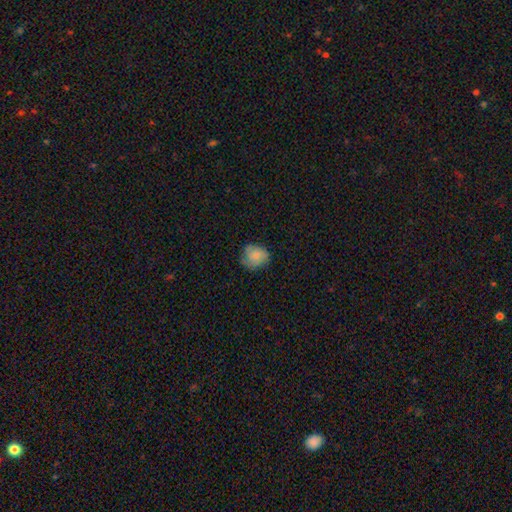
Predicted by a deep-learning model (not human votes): The model was most divided on "merging": none: 68%, minor disturbance: 25%, major disturbance: 6%, merger: 1%. More confident: how rounded — round (75%); smooth or featured — smooth (74%).